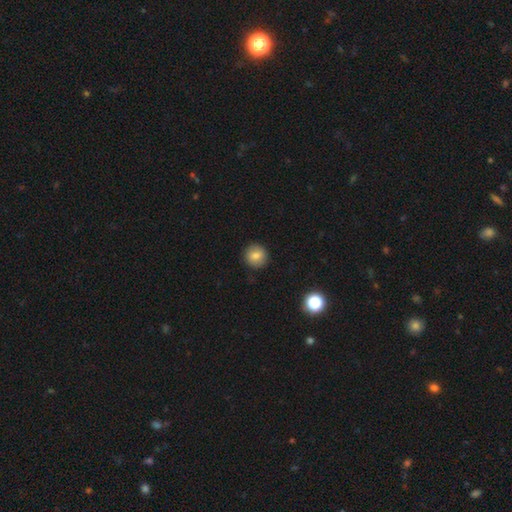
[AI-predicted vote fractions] A smooth galaxy with no disk features (81%) that is round (91%).

Vote fractions:
- Smooth or featured? smooth: 81% / star or artifact: 10% / featured or disk: 9%
- How rounded? round: 91% / in between: 8% / cigar-shaped: 1%
- Merging? none: 91% / minor disturbance: 6% / major disturbance: 2% / merger: 1%